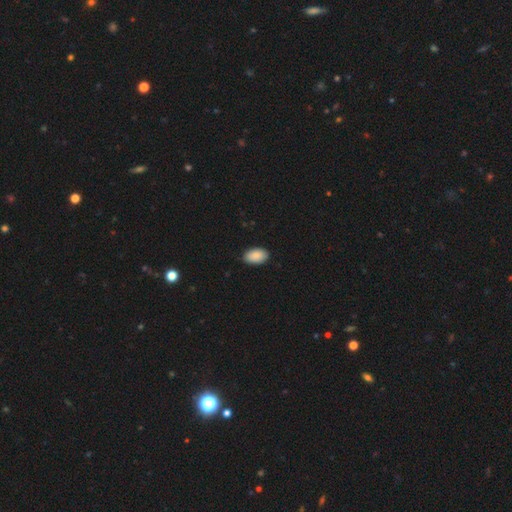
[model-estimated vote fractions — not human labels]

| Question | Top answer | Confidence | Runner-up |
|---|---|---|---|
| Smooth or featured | smooth | 89% | star or artifact (6%) |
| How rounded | in between | 94% | round (5%) |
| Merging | none | 88% | minor disturbance (10%) |